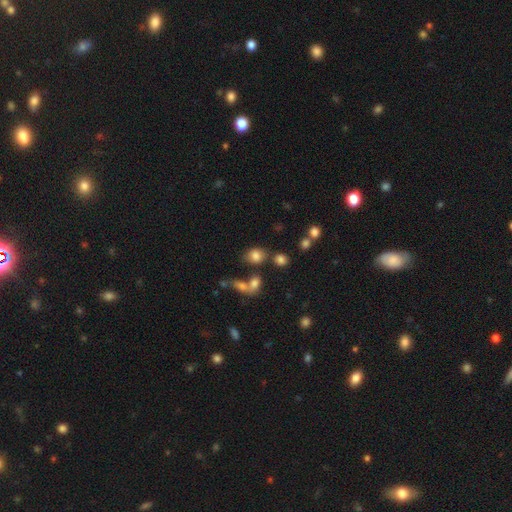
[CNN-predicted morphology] This is likely a smooth galaxy (80%). How rounded: possibly round (54%). Merging: likely none (63%).